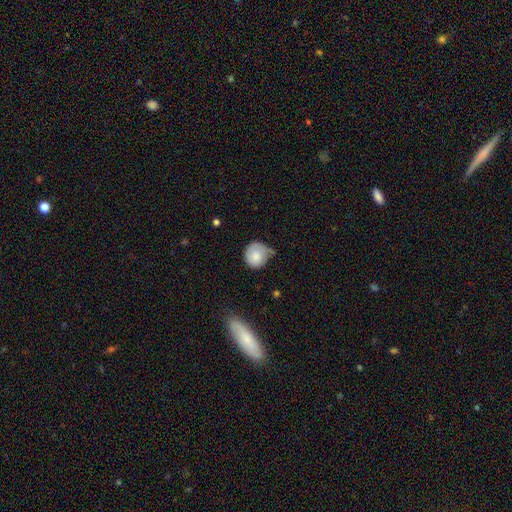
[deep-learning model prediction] Overall: smooth (76%). How rounded: round (86%). Merging: none (45%; minor disturbance 37%).